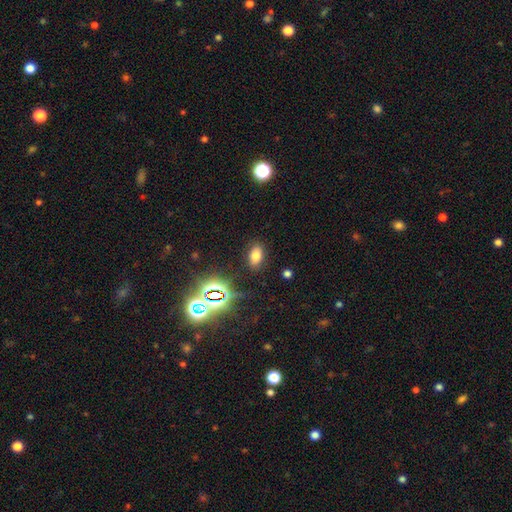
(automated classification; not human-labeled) Smooth or featured?
  - smooth: 69% *
  - star or artifact: 23%
  - featured or disk: 9%
How rounded?
  - in between: 89% *
  - round: 9%
  - cigar-shaped: 2%
Merging?
  - none: 86% *
  - minor disturbance: 9%
  - major disturbance: 3%
  - merger: 2%